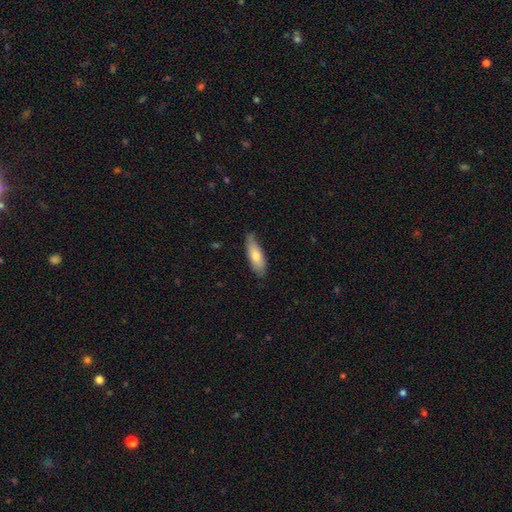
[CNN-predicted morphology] The model was most divided on "how rounded": in between: 57%, cigar-shaped: 41%, round: 2%. More confident: merging — none (77%); smooth or featured — smooth (69%).